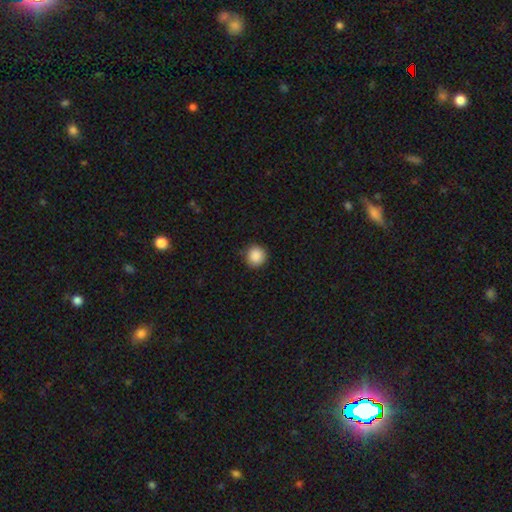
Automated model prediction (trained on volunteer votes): smooth 89%, star or artifact 9%, featured or disk 2%. Down the decision tree: how rounded — round (94%); merging — none (89%).